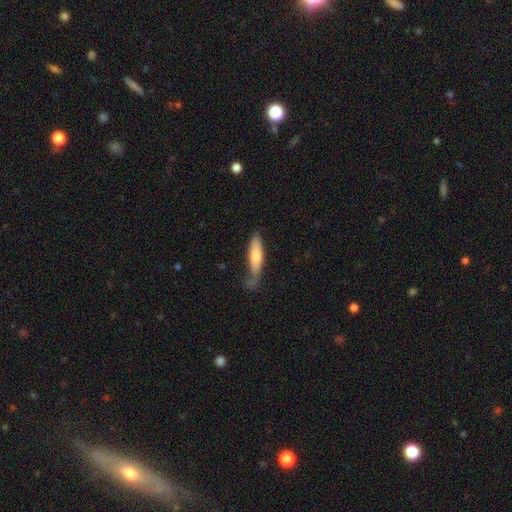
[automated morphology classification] Q: Smooth or featured?
A: smooth (62%); runner-up: featured or disk (32%)
Q: How rounded?
A: cigar-shaped (82%); runner-up: in between (16%)
Q: Merging?
A: none (54%); runner-up: minor disturbance (30%)